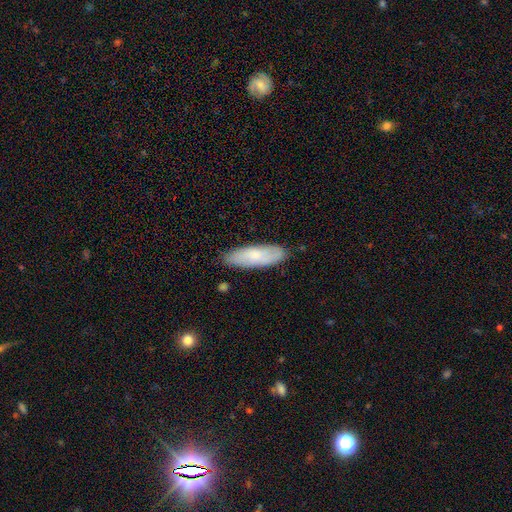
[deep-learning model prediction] A smooth galaxy with no disk features (72%) that is in between round and cigar-shaped (55%).

Vote fractions:
- Smooth or featured? smooth: 72% / featured or disk: 22% / star or artifact: 6%
- How rounded? in between: 55% / cigar-shaped: 43% / round: 2%
- Merging? none: 82% / minor disturbance: 14% / major disturbance: 2% / merger: 2%